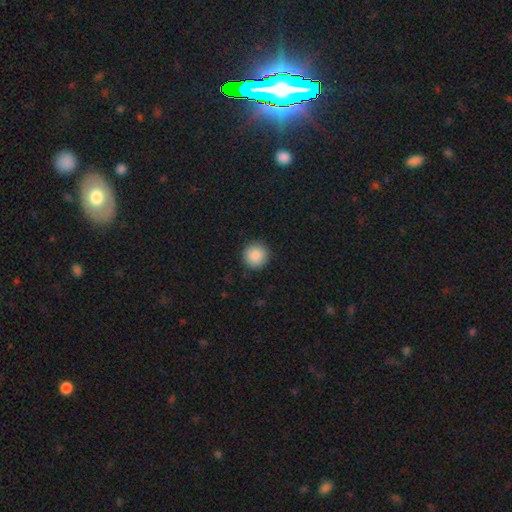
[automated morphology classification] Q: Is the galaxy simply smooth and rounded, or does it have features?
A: smooth — 88%.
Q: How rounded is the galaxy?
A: round — 95%.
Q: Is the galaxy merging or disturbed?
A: none — 91%.